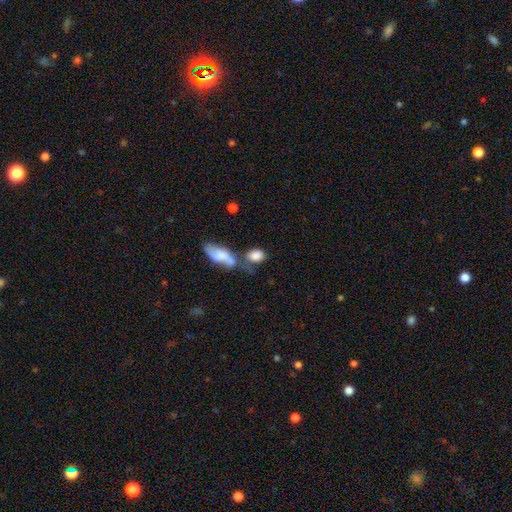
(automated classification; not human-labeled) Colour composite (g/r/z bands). It shows a smooth galaxy with no disk features (80%) that is in between round and cigar-shaped (75%). Merging: merger (46%).